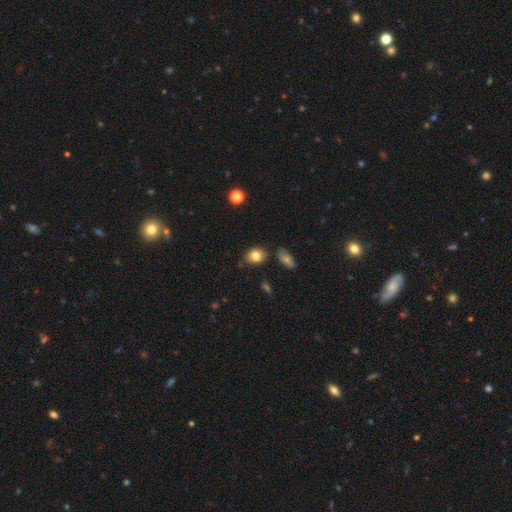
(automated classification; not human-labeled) This appears to be a smooth galaxy with no disk features (81%) that is in between round and cigar-shaped (62%). Merging: none (75%).